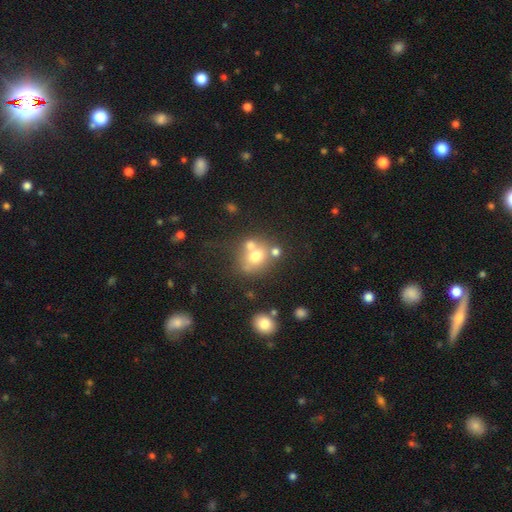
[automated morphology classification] type=smooth (65%); roundness=round (69%); merging=none (45%).